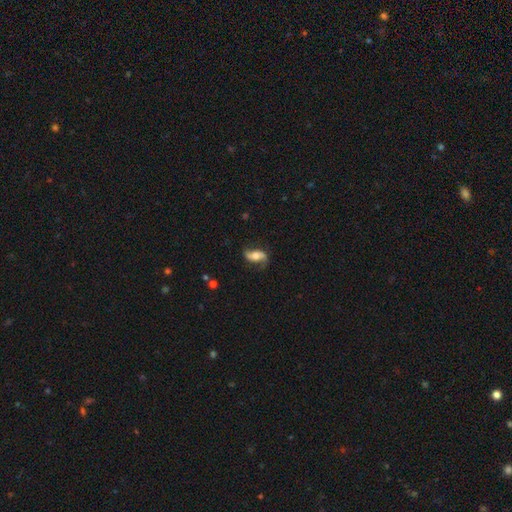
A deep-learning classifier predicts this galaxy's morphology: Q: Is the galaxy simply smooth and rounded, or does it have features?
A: featured or disk — 71%.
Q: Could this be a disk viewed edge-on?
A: no — 92%.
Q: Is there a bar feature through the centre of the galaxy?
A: no — 47%.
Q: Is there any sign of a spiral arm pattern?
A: yes — 91%.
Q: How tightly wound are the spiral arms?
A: loose — 67%.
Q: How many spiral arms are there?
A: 2 — 89%.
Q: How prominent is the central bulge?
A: moderate — 58%.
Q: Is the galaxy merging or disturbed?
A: none — 71%.